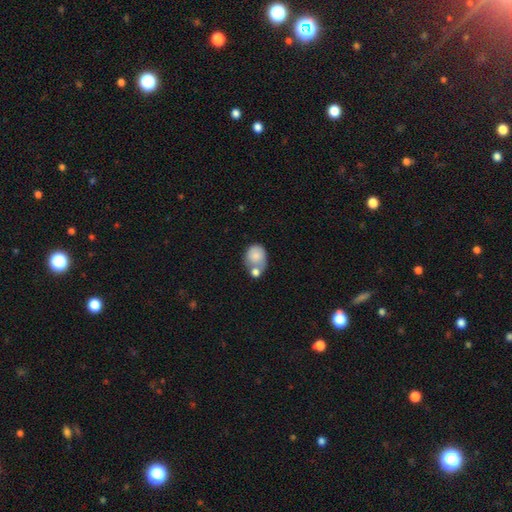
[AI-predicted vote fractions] smooth_or_featured: smooth (p=0.78) [alt: featured or disk p=0.15]
how_rounded: round (p=0.60) [alt: in between p=0.39]
merging: merger (p=0.44) [alt: none p=0.32]